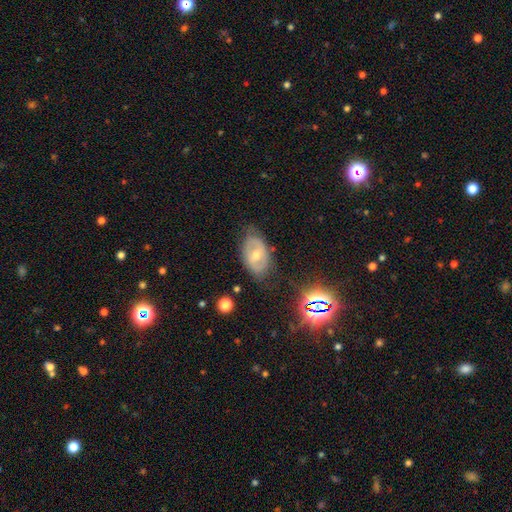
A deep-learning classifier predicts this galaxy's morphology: Smooth or featured?
  - featured or disk: 60% *
  - smooth: 28%
  - star or artifact: 13%
Edge-on disk?
  - no: 93% *
  - yes: 7%
Bar?
  - weak: 43% *
  - no: 38%
  - strong: 19%
Spiral arms?
  - yes: 56% *
  - no: 44%
Bulge size?
  - moderate: 55% *
  - small: 40%
  - large: 2%
  - none: 2%
  - dominant: 1%
Merging?
  - none: 71% *
  - minor disturbance: 22%
  - major disturbance: 6%
  - merger: 1%